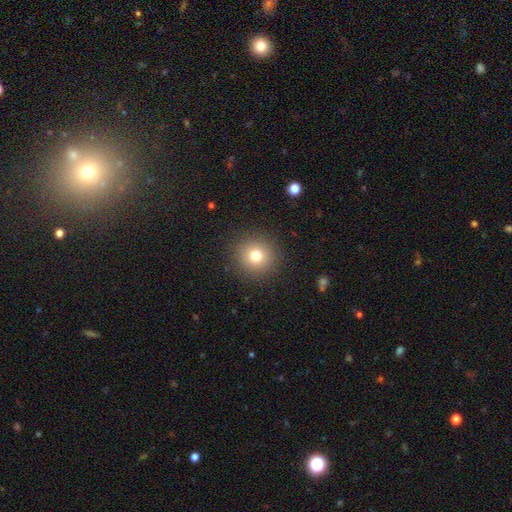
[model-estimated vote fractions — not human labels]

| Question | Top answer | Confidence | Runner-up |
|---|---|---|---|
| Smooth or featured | smooth | 76% | star or artifact (13%) |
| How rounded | round | 94% | in between (5%) |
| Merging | none | 91% | minor disturbance (5%) |